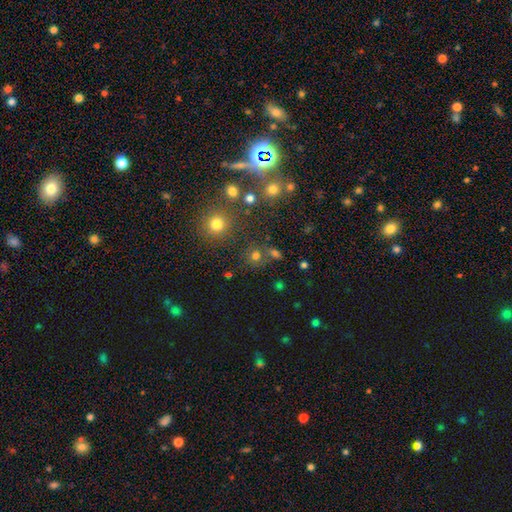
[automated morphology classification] smooth-or-featured: smooth: 55% | star or artifact: 38% | featured or disk: 8%
  how-rounded: round: 88% | in between: 11% | cigar-shaped: 1%
  merging: none: 77% | merger: 10% | minor disturbance: 8% | major disturbance: 4%